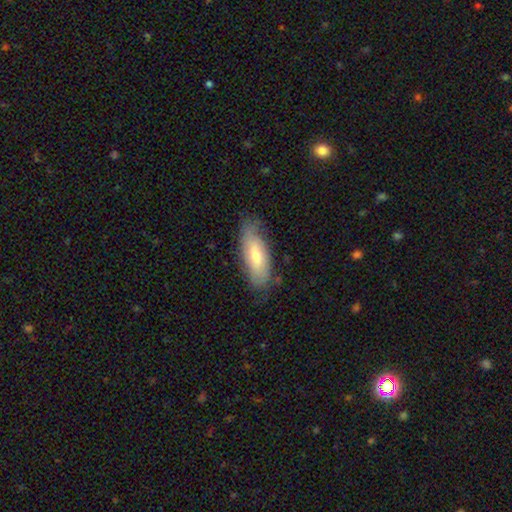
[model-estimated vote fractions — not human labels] Smooth or featured?
  - smooth: 58% *
  - featured or disk: 36%
  - star or artifact: 6%
How rounded?
  - in between: 69% *
  - cigar-shaped: 29%
  - round: 2%
Merging?
  - none: 72% *
  - minor disturbance: 22%
  - major disturbance: 5%
  - merger: 1%